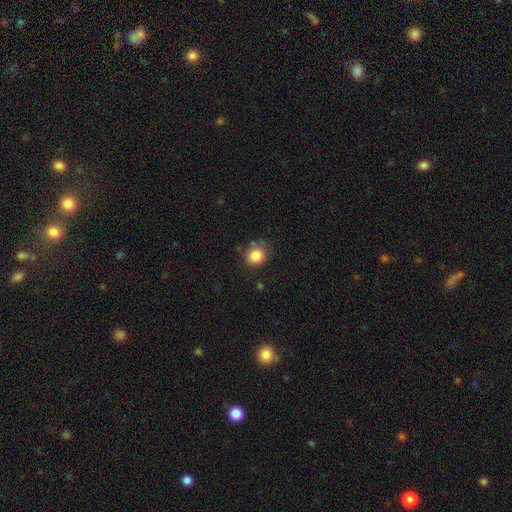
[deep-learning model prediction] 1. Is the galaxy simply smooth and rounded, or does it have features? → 84% smooth, 10% star or artifact, 6% featured or disk.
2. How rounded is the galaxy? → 77% round, 22% in between, 1% cigar-shaped.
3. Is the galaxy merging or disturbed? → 72% none, 19% minor disturbance, 5% major disturbance, 4% merger.